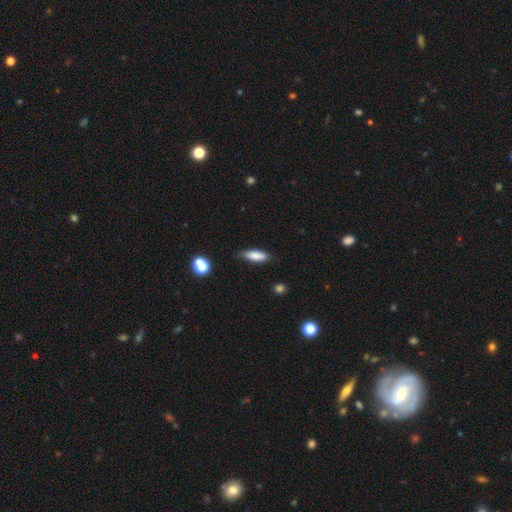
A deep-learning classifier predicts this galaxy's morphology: Smooth or featured?
  - smooth: 83% *
  - featured or disk: 10%
  - star or artifact: 7%
How rounded?
  - in between: 61% *
  - cigar-shaped: 37%
  - round: 2%
Merging?
  - none: 80% *
  - minor disturbance: 15%
  - major disturbance: 3%
  - merger: 2%